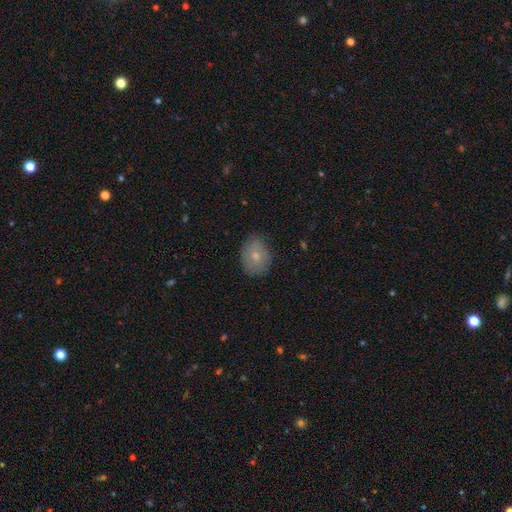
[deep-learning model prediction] Smooth or featured: smooth — 73% (featured or disk — 19%)
How rounded: in between — 57% (round — 42%)
Merging: none — 81% (minor disturbance — 15%)